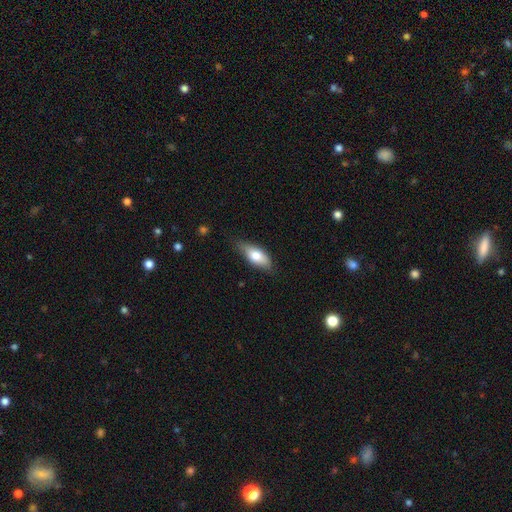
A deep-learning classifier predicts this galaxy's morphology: Smooth or featured? Predicted: smooth (p=0.72). How rounded? Predicted: in between (p=0.80). Merging? Predicted: none (p=0.71).